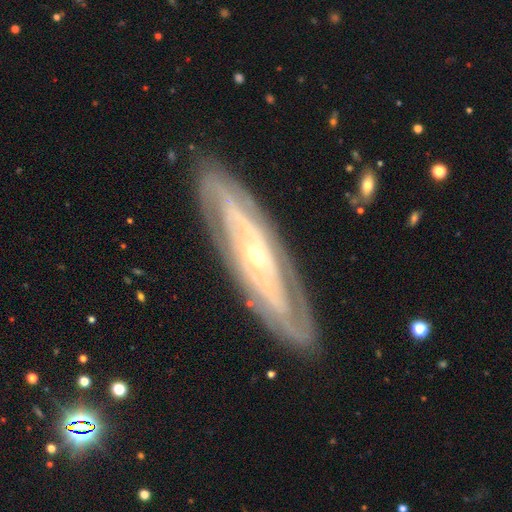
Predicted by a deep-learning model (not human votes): A featured or disk galaxy (84%) with no bar (64%), spiral arms (79%) and a small central bulge (48%). Merging: none (84%).